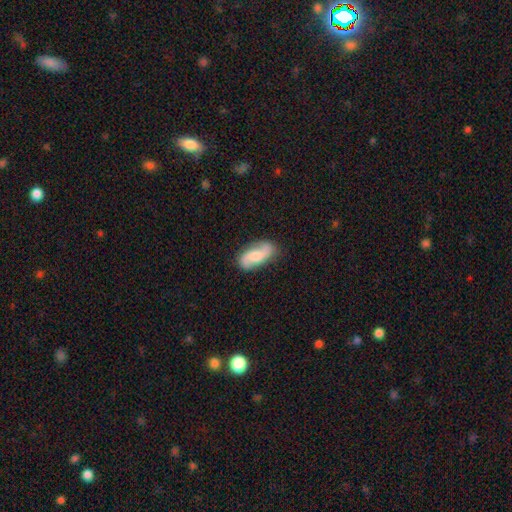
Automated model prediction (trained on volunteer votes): A featured or disk galaxy (67%) with no bar (51%), 2 (91%) loose (55%) spiral arms (94%) and a moderate central bulge (47%). Merging: none (81%).